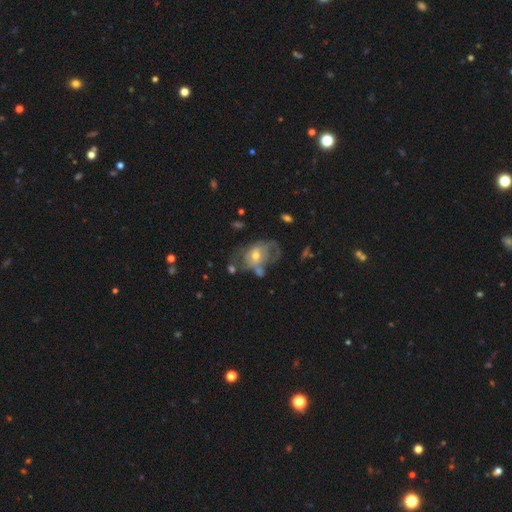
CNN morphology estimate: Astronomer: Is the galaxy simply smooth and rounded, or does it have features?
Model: featured or disk — 63%.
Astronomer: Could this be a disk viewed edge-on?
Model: no — 95%.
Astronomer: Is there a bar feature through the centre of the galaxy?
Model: no — 67%.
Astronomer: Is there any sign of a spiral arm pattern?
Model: yes — 54% (runner-up: no, 46%).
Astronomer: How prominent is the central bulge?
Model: moderate — 58% (runner-up: small, 36%).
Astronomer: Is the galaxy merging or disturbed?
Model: major disturbance — 34% (runner-up: none, 31%).